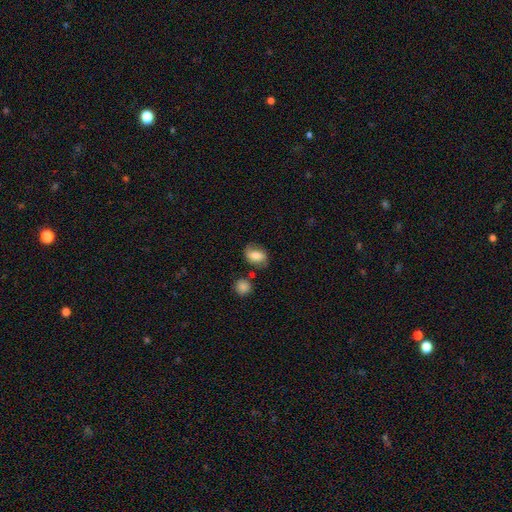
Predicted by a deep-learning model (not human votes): A smooth galaxy with no disk features (69%) that is in between round and cigar-shaped (75%). Merging: none (63%).